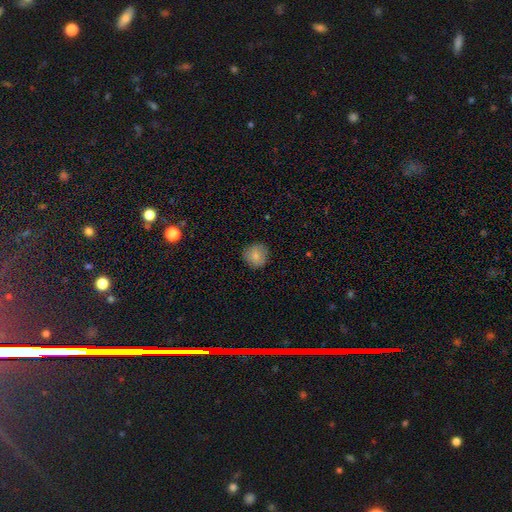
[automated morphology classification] smooth_or_featured: smooth (p=0.81) [alt: featured or disk p=0.10]
how_rounded: round (p=0.93) [alt: in between p=0.06]
merging: none (p=0.87) [alt: minor disturbance p=0.10]